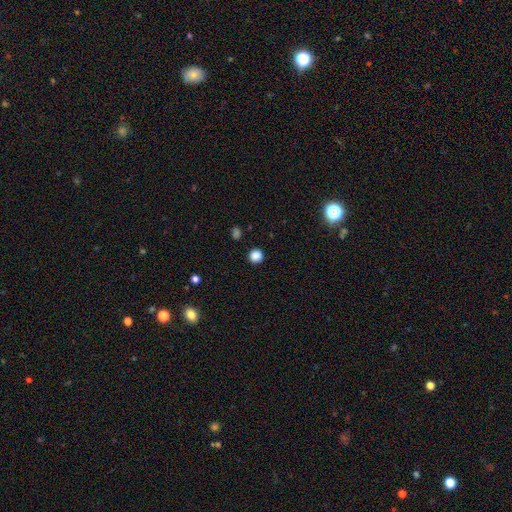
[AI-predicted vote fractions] A smooth galaxy with no disk features (85%) that is round (94%). Merging: none (91%).